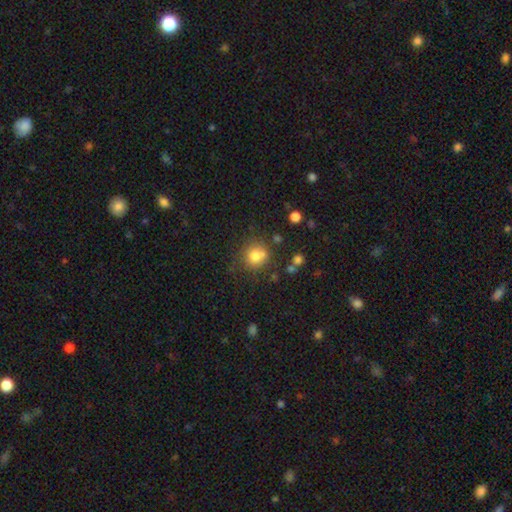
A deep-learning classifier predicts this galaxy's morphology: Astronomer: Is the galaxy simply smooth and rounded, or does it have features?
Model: smooth — 76%.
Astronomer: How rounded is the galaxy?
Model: round — 86%.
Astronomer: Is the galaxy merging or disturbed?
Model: none — 64%.